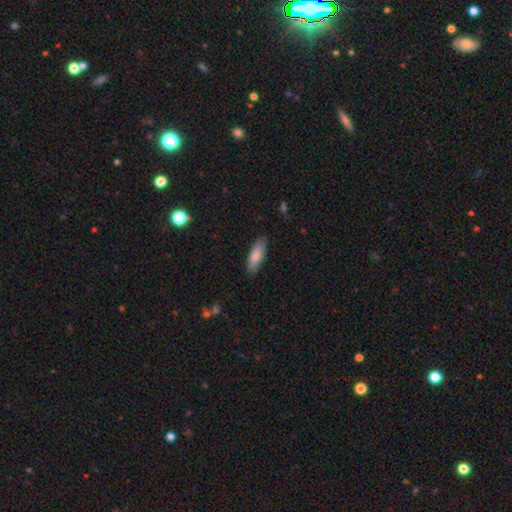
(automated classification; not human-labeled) smooth_or_featured: smooth (p=0.83) [alt: featured or disk p=0.12]
how_rounded: in between (p=0.60) [alt: cigar-shaped p=0.38]
merging: none (p=0.86) [alt: minor disturbance p=0.11]